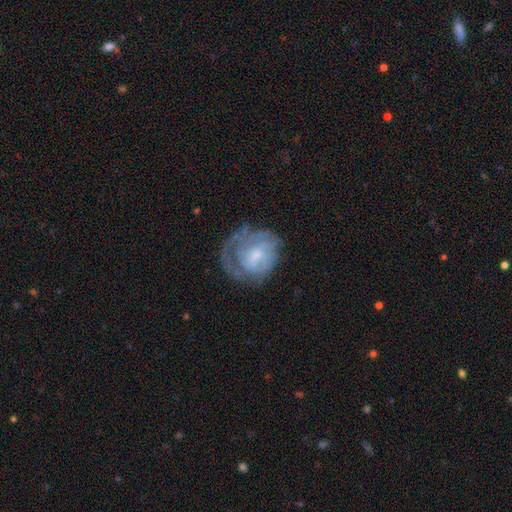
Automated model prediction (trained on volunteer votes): Smooth or featured: featured or disk — 62% (smooth — 30%)
Edge-on disk: no — 97% (yes — 3%)
Bar: no — 58% (weak — 36%)
Spiral arms: yes — 64% (no — 36%)
Bulge size: moderate — 37% (tied with small — 37%)
Merging: none — 52% (minor disturbance — 23%)